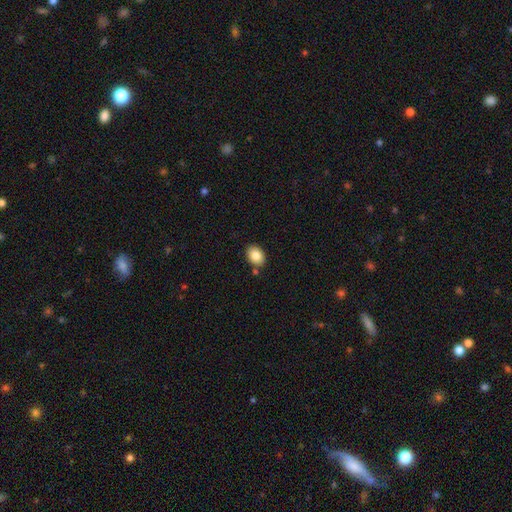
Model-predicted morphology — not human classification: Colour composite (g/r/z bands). It shows a smooth galaxy with no disk features (86%) that is in between round and cigar-shaped (76%). Merging: none (82%).